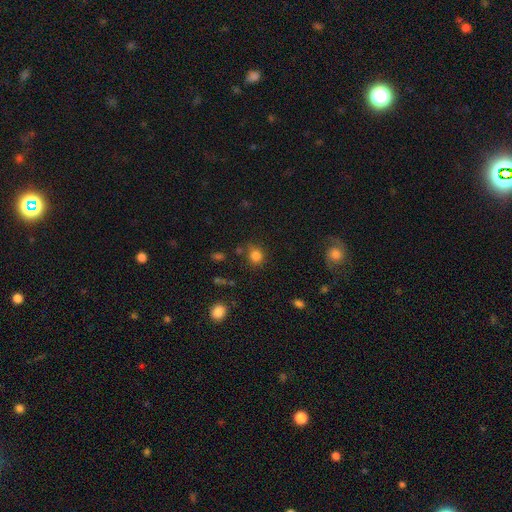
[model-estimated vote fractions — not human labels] smooth_or_featured: smooth (p=0.82) [alt: star or artifact p=0.13]
how_rounded: round (p=0.77) [alt: in between p=0.22]
merging: none (p=0.73) [alt: minor disturbance p=0.16]